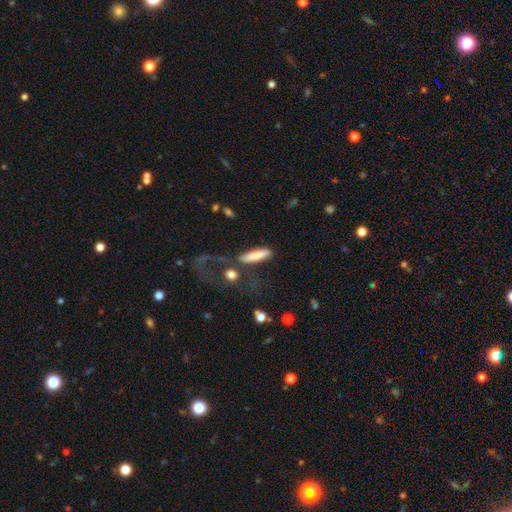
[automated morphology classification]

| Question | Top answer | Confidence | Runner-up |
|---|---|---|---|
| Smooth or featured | smooth | 81% | featured or disk (12%) |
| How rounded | cigar-shaped | 72% | in between (25%) |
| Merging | none | 58% | minor disturbance (16%) |